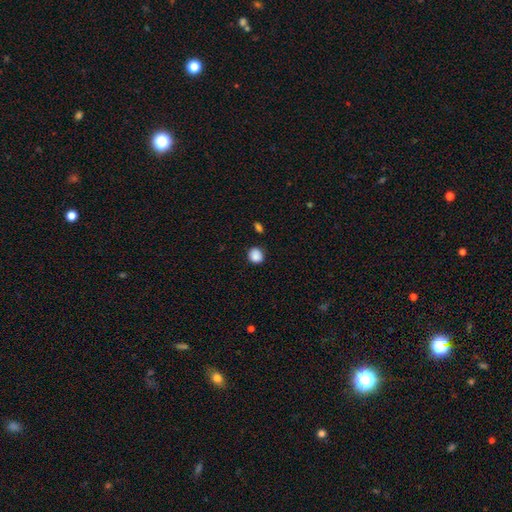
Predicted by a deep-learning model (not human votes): A smooth galaxy with no disk features (88%) that is round (84%).

Vote fractions:
- Smooth or featured? smooth: 88% / star or artifact: 9% / featured or disk: 3%
- How rounded? round: 84% / in between: 15% / cigar-shaped: 1%
- Merging? none: 85% / minor disturbance: 10% / major disturbance: 3% / merger: 2%